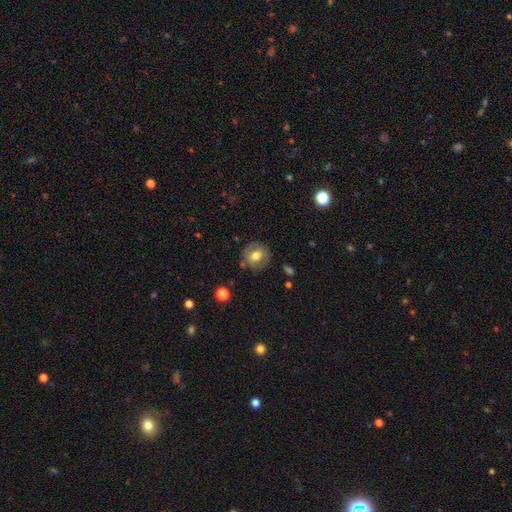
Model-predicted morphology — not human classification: Smooth or featured?
  - smooth: 65% *
  - featured or disk: 26%
  - star or artifact: 9%
How rounded?
  - round: 83% *
  - in between: 16%
  - cigar-shaped: 1%
Merging?
  - none: 78% *
  - minor disturbance: 14%
  - major disturbance: 4%
  - merger: 3%